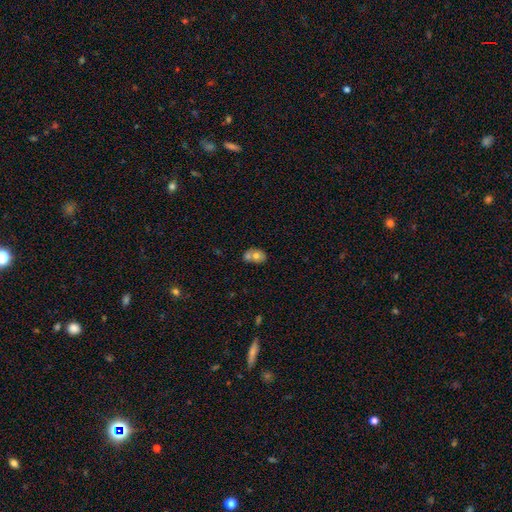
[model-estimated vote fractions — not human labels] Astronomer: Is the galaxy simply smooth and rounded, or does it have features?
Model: smooth — 66%.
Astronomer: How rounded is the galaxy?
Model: in between — 62%.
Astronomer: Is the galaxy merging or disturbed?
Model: merger — 53% (runner-up: none, 29%).